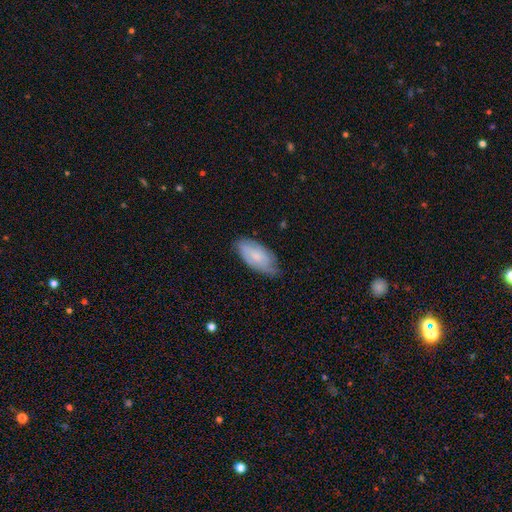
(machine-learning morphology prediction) smooth 60%, featured or disk 34%, star or artifact 6%. Down the decision tree: how rounded — in between (91%); merging — none (63%).